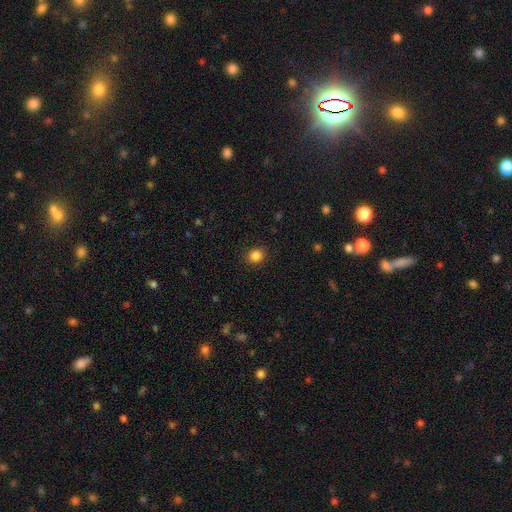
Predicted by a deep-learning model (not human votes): A smooth galaxy with no disk features (85%) that is round (82%).

Vote fractions:
- Smooth or featured? smooth: 85% / star or artifact: 11% / featured or disk: 4%
- How rounded? round: 82% / in between: 17% / cigar-shaped: 1%
- Merging? none: 89% / minor disturbance: 8% / major disturbance: 2% / merger: 1%